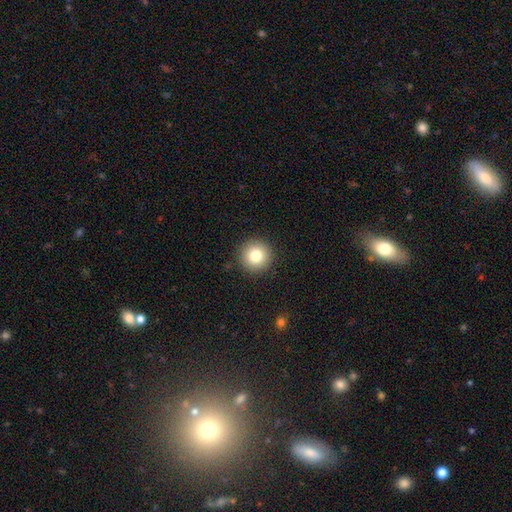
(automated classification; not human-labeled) This is clearly a smooth galaxy (80%). How rounded: clearly round (96%). Merging: clearly none (92%).